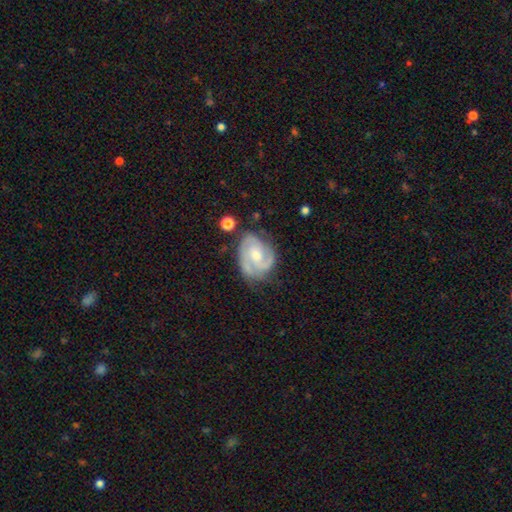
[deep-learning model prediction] Smooth or featured: featured or disk — 83% (smooth — 12%)
Edge-on disk: no — 97% (yes — 3%)
Bar: no — 52% (weak — 40%)
Spiral arms: yes — 95% (no — 5%)
Spiral winding: tight — 49% (medium — 41%)
Spiral arm count: 2 — 55% (3 — 22%)
Bulge size: moderate — 53% (small — 41%)
Merging: none — 62% (minor disturbance — 25%)